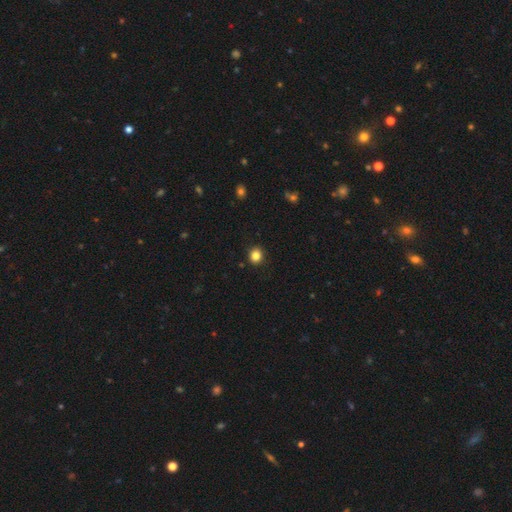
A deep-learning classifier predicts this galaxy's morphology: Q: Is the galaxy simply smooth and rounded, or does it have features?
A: smooth — 85%.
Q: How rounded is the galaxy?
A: round — 82%.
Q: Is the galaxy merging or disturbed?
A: none — 91%.